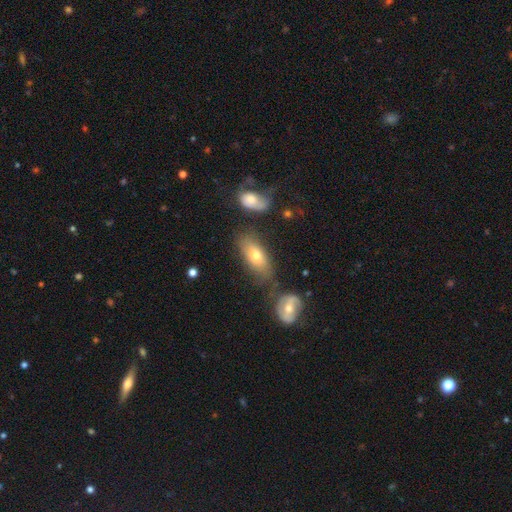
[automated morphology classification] This appears to be a smooth galaxy with no disk features (62%) that is in between round and cigar-shaped (83%). Merging: none (56%).